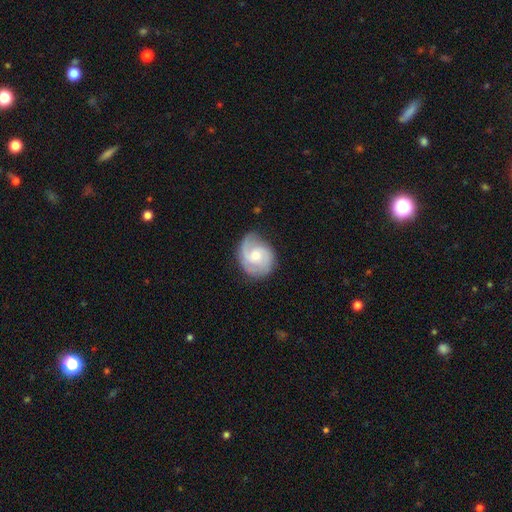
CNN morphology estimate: This is clearly a featured or disk galaxy (80%). It is clearly not viewed edge-on (98%). Bar: likely no (61%). Spiral arm pattern: clearly yes (96%). Spiral arm count: possibly 2 (58%). Spiral winding: possibly medium (46%). Central bulge: possibly moderate (51%). Merging: likely none (73%).